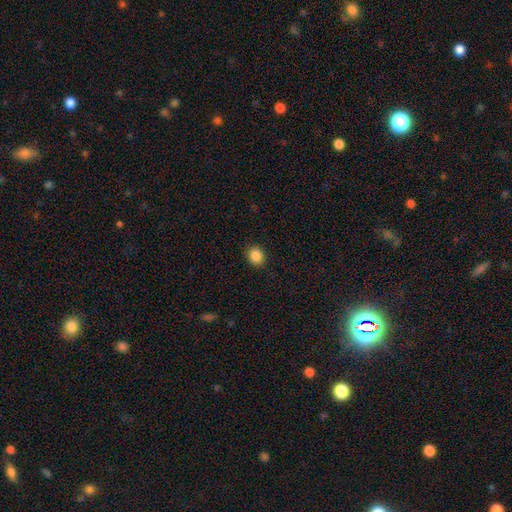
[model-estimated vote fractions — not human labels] The model was most divided on "how rounded": round: 70%, in between: 29%, cigar-shaped: 1%. More confident: merging — none (91%); smooth or featured — smooth (88%).